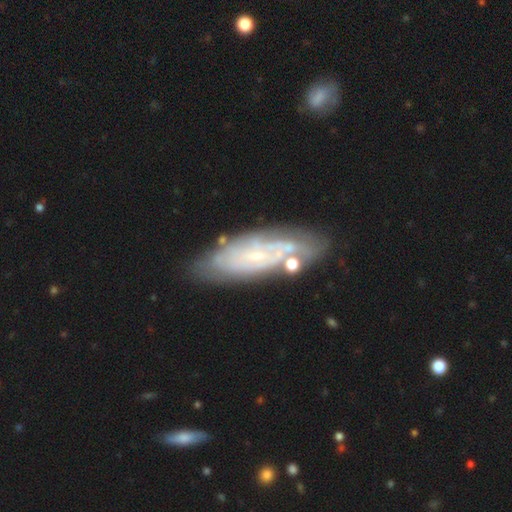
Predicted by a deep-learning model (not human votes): smooth_or_featured: featured or disk (p=0.71) [alt: smooth p=0.21]
disk_edge_on: no (p=0.85) [alt: yes p=0.15]
bar: no (p=0.67) [alt: weak p=0.26]
has_spiral_arms: yes (p=0.78) [alt: no p=0.22]
bulge_size: small (p=0.79) [alt: moderate p=0.10]
merging: none (p=0.71) [alt: minor disturbance p=0.18]